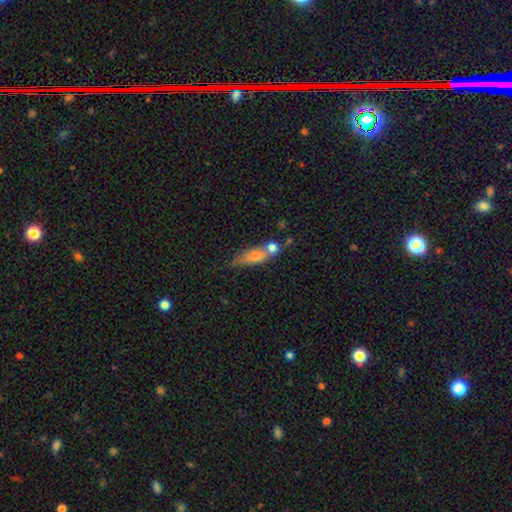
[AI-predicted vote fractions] Smooth or featured? smooth (58%)
How rounded? in between (46%)
Merging? none (41%)